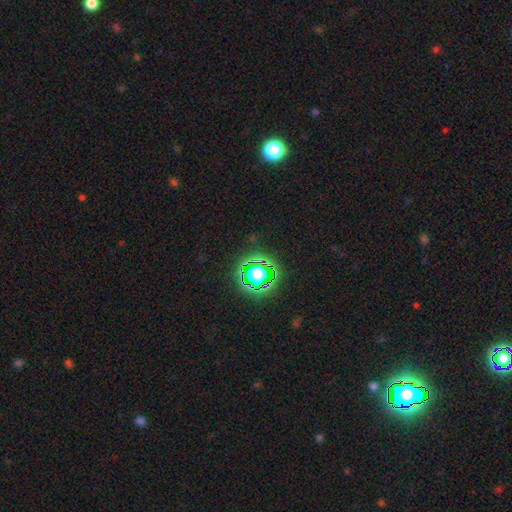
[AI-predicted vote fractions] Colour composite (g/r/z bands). It shows a star or artifact, not a galaxy (81%).